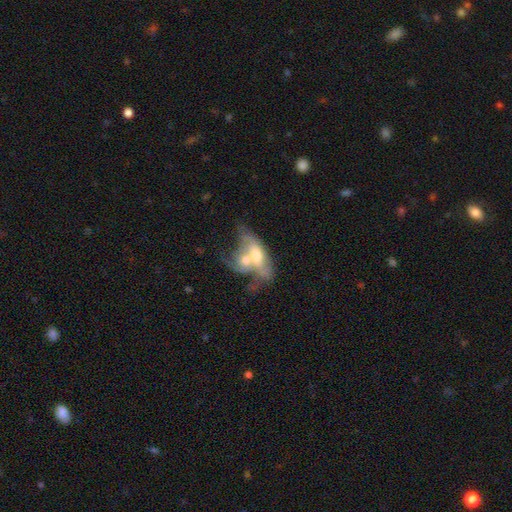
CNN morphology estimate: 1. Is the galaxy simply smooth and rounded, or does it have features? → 57% featured or disk, 37% smooth, 6% star or artifact.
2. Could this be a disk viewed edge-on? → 87% no, 13% yes.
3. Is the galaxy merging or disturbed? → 74% merger, 10% none, 10% major disturbance, 7% minor disturbance.